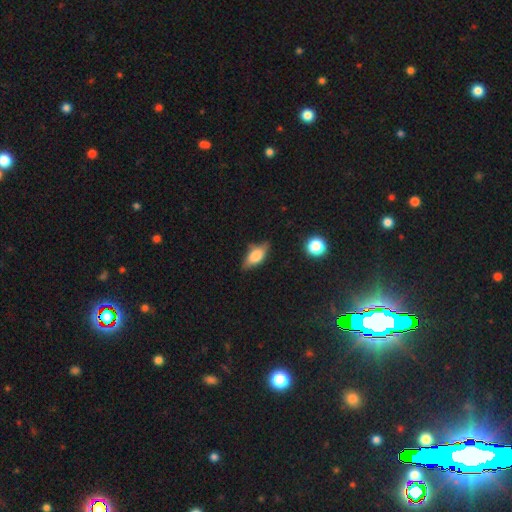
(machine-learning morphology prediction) Smooth or featured: smooth — 60% (featured or disk — 31%)
How rounded: in between — 79% (cigar-shaped — 16%)
Merging: none — 73% (minor disturbance — 21%)